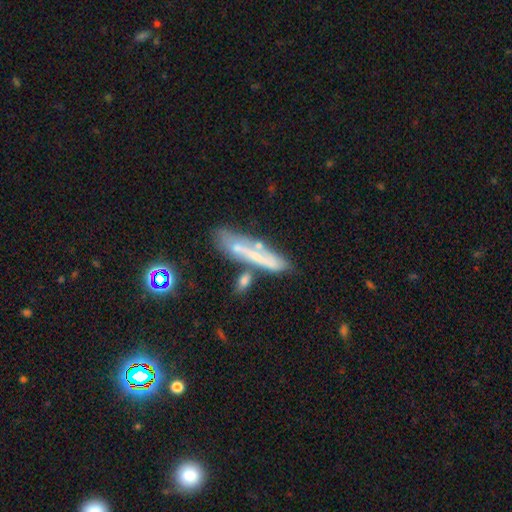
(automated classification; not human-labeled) smooth_or_featured: featured or disk (p=0.44) [alt: smooth p=0.42]
merging: none (p=0.57) [alt: minor disturbance p=0.19]